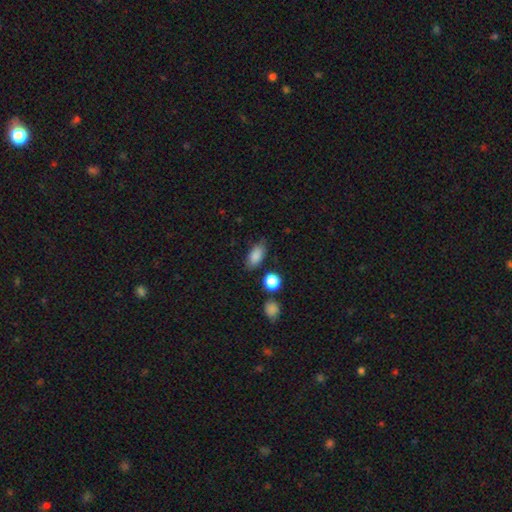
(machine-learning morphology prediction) type=smooth (86%); roundness=in between (87%); merging=none (78%).